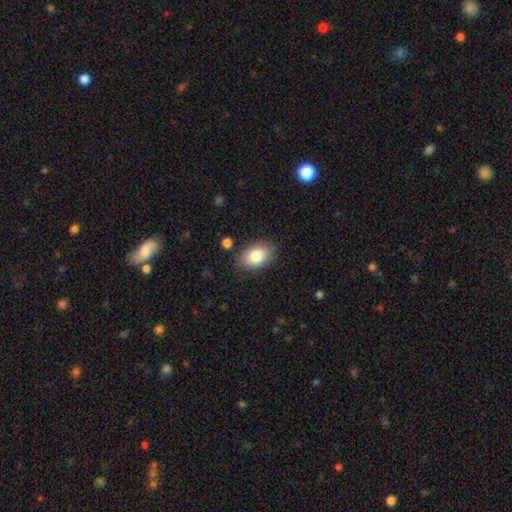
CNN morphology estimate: Overall: smooth (84%). How rounded: in between (87%). Merging: none (84%).